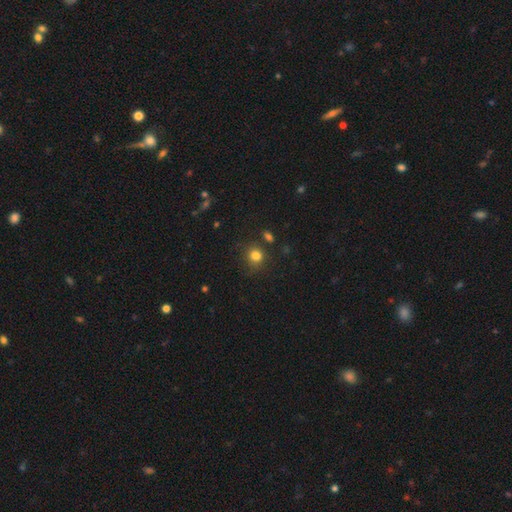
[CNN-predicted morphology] Smooth or featured?
  - smooth: 81% *
  - star or artifact: 13%
  - featured or disk: 6%
How rounded?
  - round: 81% *
  - in between: 18%
  - cigar-shaped: 1%
Merging?
  - none: 76% *
  - minor disturbance: 14%
  - merger: 5%
  - major disturbance: 5%